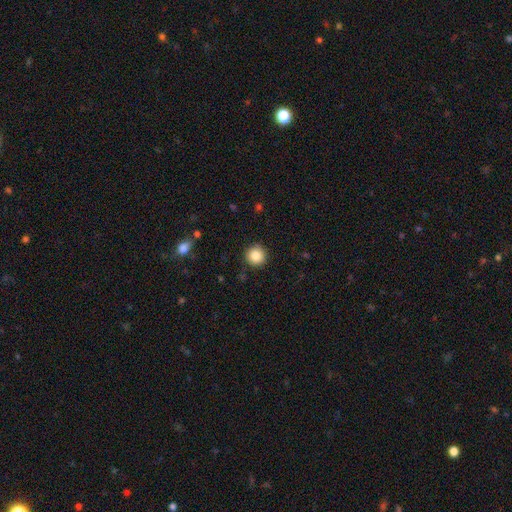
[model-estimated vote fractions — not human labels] Morphology: type=smooth (86%); roundness=round (95%); merging=none (91%).